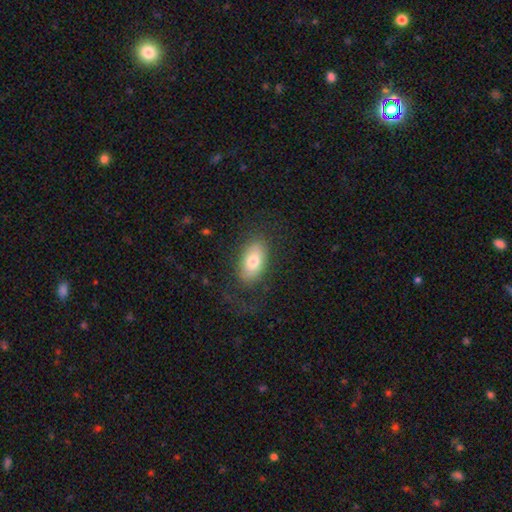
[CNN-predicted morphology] A smooth galaxy with no disk features (67%) that is in between round and cigar-shaped (91%). Merging: none (71%).